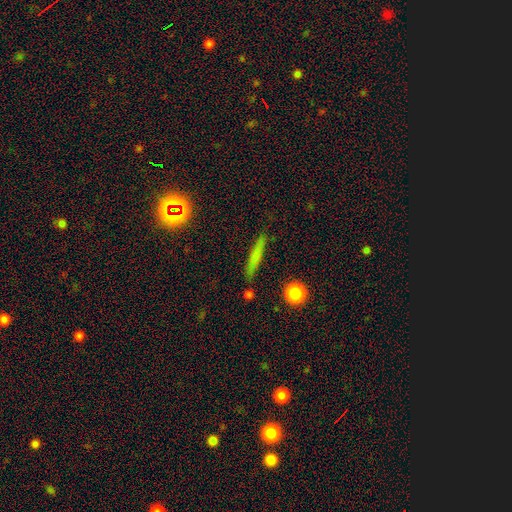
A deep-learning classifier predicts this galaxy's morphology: smooth-or-featured: smooth: 61% | featured or disk: 27% | star or artifact: 12%
  how-rounded: cigar-shaped: 89% | in between: 7% | round: 4%
  merging: none: 83% | minor disturbance: 11% | merger: 3% | major disturbance: 3%